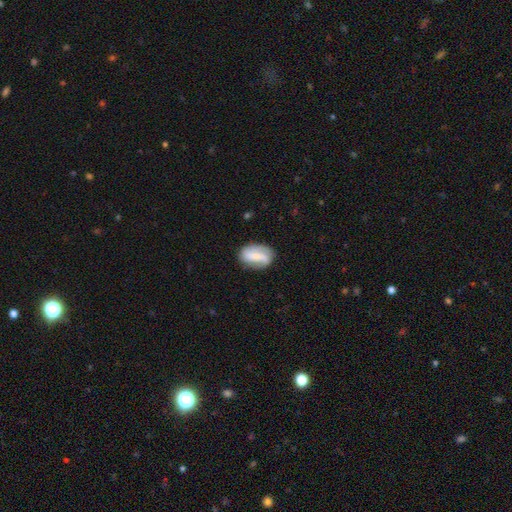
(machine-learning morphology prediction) featured or disk 55%, smooth 38%, star or artifact 7%. Down the decision tree: edge-on disk — no (96%); bar — strong (40%); spiral arms — yes (86%); bulge size — none (39%); merging — none (70%).